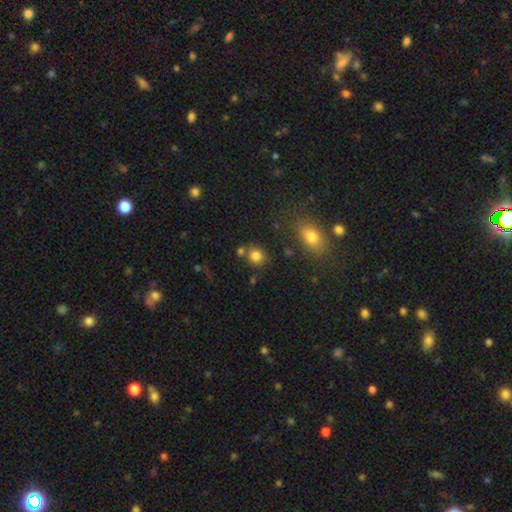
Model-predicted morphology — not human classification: type=smooth (82%); roundness=round (80%); merging=none (72%).